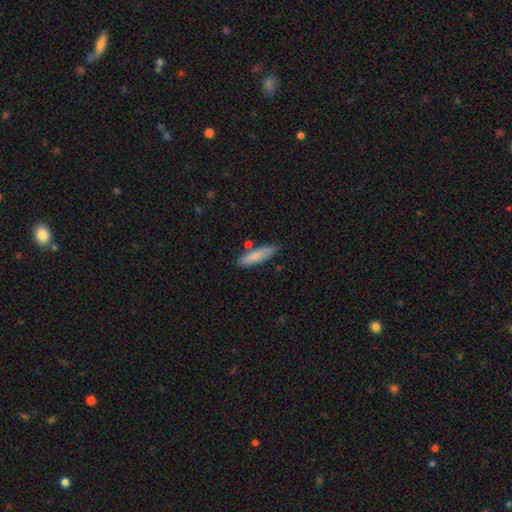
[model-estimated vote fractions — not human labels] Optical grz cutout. It shows a smooth galaxy with no disk features (82%) that is cigar-shaped (67%). Merging: none (77%).